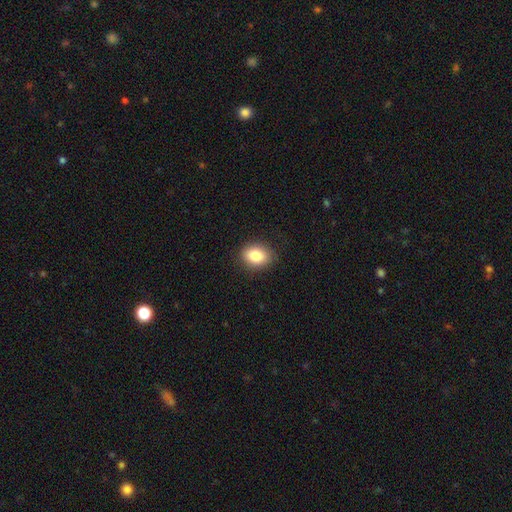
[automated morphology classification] This appears to be a smooth galaxy with no disk features (85%) that is in between round and cigar-shaped (66%). Merging: none (87%).